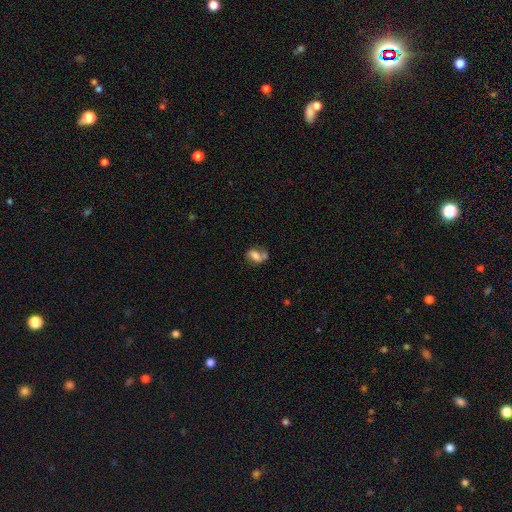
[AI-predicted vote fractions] Morphology: type=smooth (66%); roundness=in between (81%); merging=none (37%).